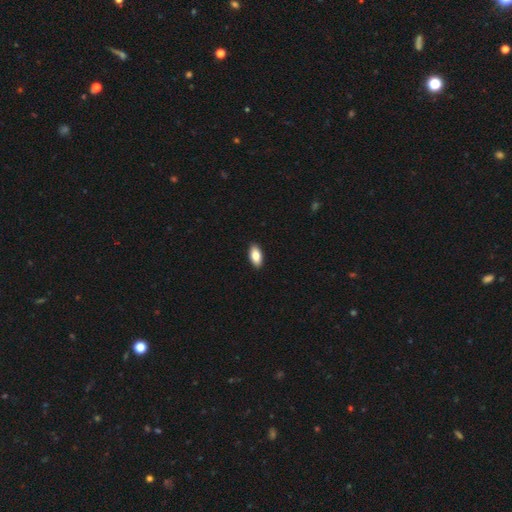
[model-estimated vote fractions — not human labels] smooth-or-featured: smooth: 84% | featured or disk: 10% | star or artifact: 7%
  how-rounded: in between: 92% | cigar-shaped: 6% | round: 3%
  merging: none: 91% | minor disturbance: 7% | major disturbance: 1% | merger: 1%